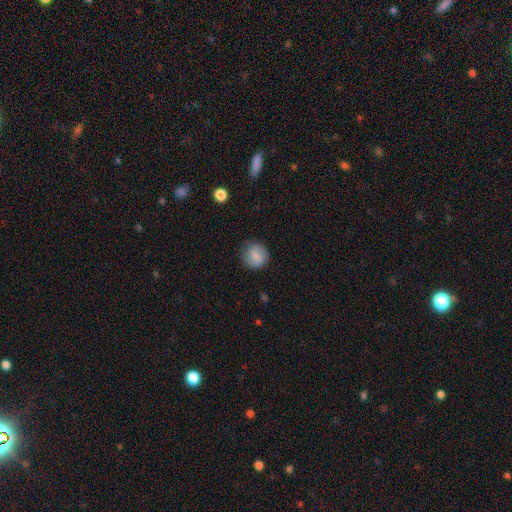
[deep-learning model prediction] A smooth galaxy with no disk features (75%) that is round (88%).

Vote fractions:
- Smooth or featured? smooth: 75% / featured or disk: 18% / star or artifact: 7%
- How rounded? round: 88% / in between: 11% / cigar-shaped: 1%
- Merging? none: 82% / minor disturbance: 13% / major disturbance: 4% / merger: 1%